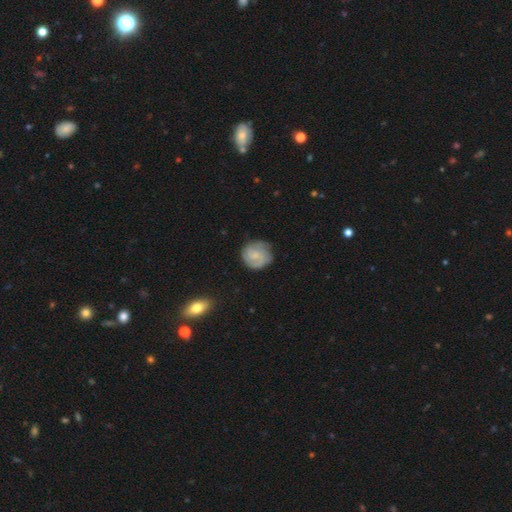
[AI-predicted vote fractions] The model was most divided on "spiral arm count": 2: 37%, can't tell: 26%, 3: 24%, 1: 5%, 4: 5%, more than 4: 4%. More confident: edge-on disk — no (98%); spiral arms — yes (91%); merging — none (75%); smooth or featured — featured or disk (60%); bar — no (58%); spiral winding — tight (58%); bulge size — small (51%).